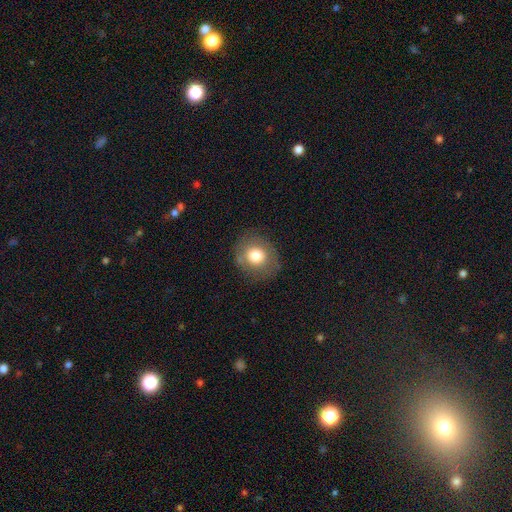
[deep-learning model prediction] The model was most divided on "smooth or featured": smooth: 74%, featured or disk: 16%, star or artifact: 10%. More confident: merging — none (82%); how rounded — round (81%).